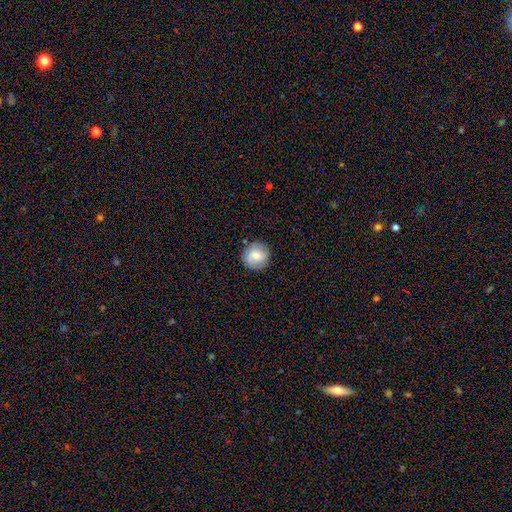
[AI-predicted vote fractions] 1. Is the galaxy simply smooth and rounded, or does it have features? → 71% smooth, 21% featured or disk, 8% star or artifact.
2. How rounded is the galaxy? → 93% round, 6% in between, 1% cigar-shaped.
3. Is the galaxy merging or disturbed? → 86% none, 10% minor disturbance, 3% major disturbance, 1% merger.